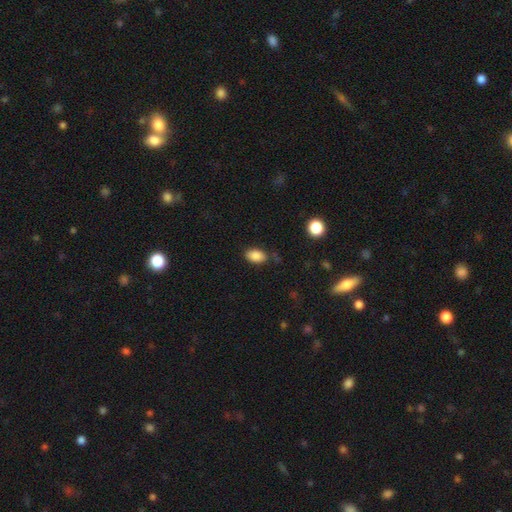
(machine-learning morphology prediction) Overall: smooth (87%). How rounded: in between (90%). Merging: none (77%).